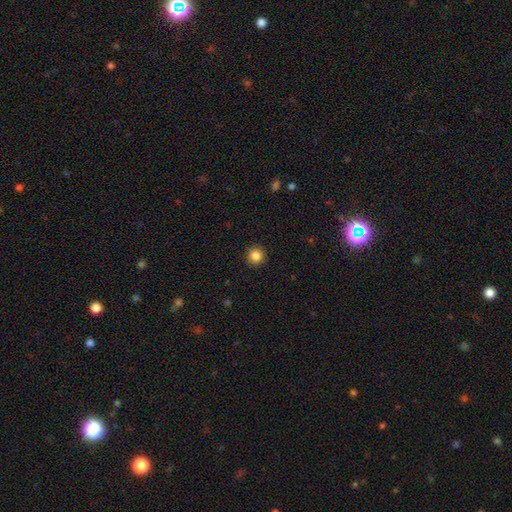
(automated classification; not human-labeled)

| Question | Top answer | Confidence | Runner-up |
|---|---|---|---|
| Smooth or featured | smooth | 85% | star or artifact (11%) |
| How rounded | round | 95% | in between (4%) |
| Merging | none | 93% | minor disturbance (5%) |